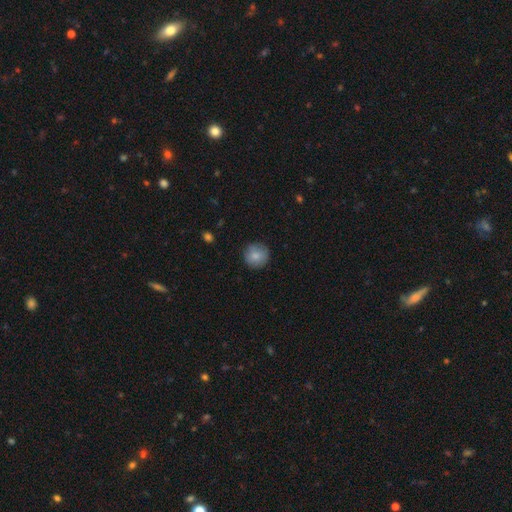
Overall: smooth (90%). How rounded: round (94%). Merging: none (92%).